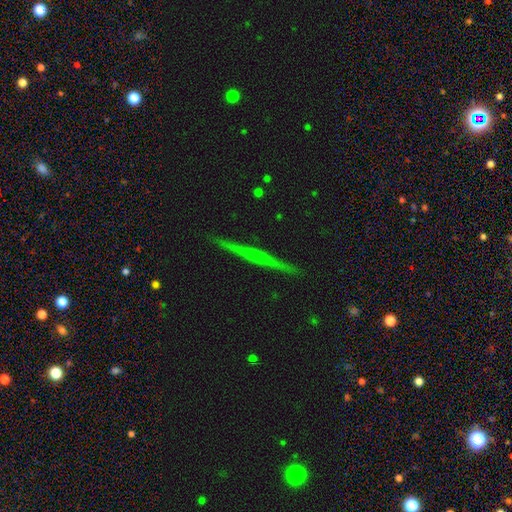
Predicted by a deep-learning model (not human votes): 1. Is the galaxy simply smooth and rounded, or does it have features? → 60% featured or disk, 32% smooth, 7% star or artifact.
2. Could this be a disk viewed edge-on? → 98% yes, 2% no.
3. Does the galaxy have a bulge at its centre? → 74% none, 17% rounded, 8% boxy.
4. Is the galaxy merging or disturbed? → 91% none, 6% minor disturbance, 1% major disturbance, 1% merger.